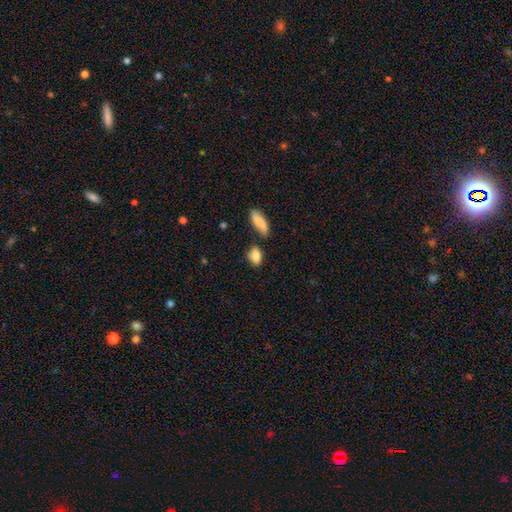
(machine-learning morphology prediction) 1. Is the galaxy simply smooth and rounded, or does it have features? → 81% smooth, 10% featured or disk, 8% star or artifact.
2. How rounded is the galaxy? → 83% in between, 13% round, 4% cigar-shaped.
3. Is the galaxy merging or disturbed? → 61% none, 21% minor disturbance, 12% merger, 5% major disturbance.